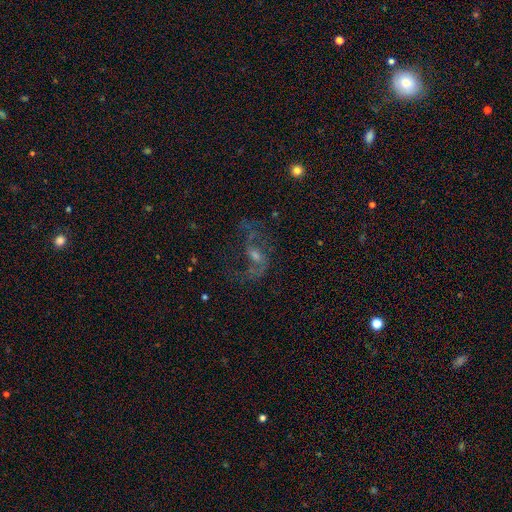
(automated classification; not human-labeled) Q: Smooth or featured?
A: featured or disk (72%); runner-up: star or artifact (15%)
Q: Edge-on disk?
A: no (96%); runner-up: yes (4%)
Q: Bar?
A: weak (46%); runner-up: no (40%)
Q: Spiral arms?
A: yes (81%); runner-up: no (19%)
Q: Spiral winding?
A: loose (65%); runner-up: medium (28%)
Q: Spiral arm count?
A: 2 (75%); runner-up: 1 (12%)
Q: Bulge size?
A: small (43%); runner-up: moderate (42%)
Q: Merging?
A: none (49%); runner-up: major disturbance (31%)